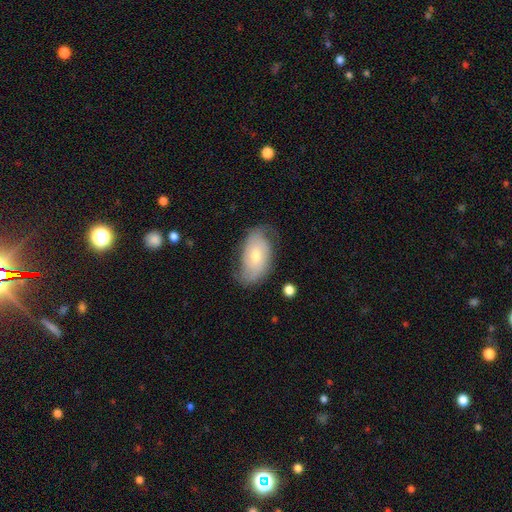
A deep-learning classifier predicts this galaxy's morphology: featured or disk 59%, smooth 34%, star or artifact 7%. Down the decision tree: edge-on disk — no (93%); bar — no (65%); spiral arms — yes (83%); bulge size — moderate (57%); merging — none (64%).